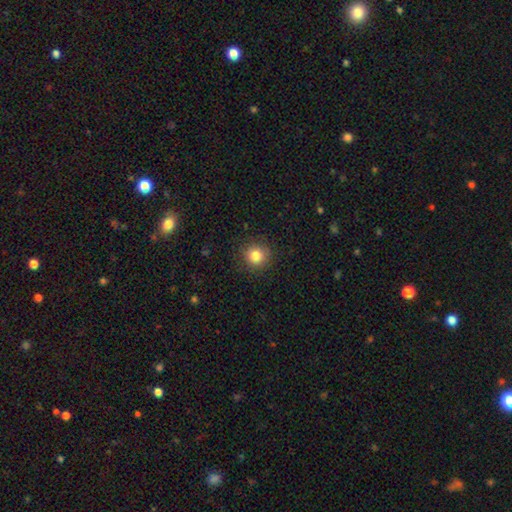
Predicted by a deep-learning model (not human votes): Q: Smooth or featured?
A: smooth (83%); runner-up: star or artifact (11%)
Q: How rounded?
A: round (93%); runner-up: in between (6%)
Q: Merging?
A: none (89%); runner-up: minor disturbance (7%)